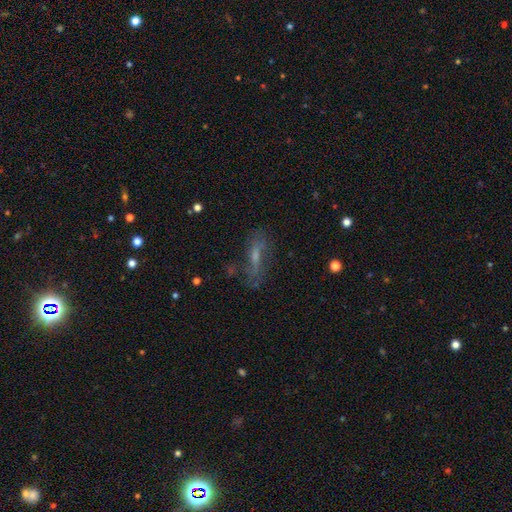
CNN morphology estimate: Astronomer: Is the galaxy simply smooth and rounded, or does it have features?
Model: featured or disk — 49% (runner-up: smooth, 37%).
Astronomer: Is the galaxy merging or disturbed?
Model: none — 60%.